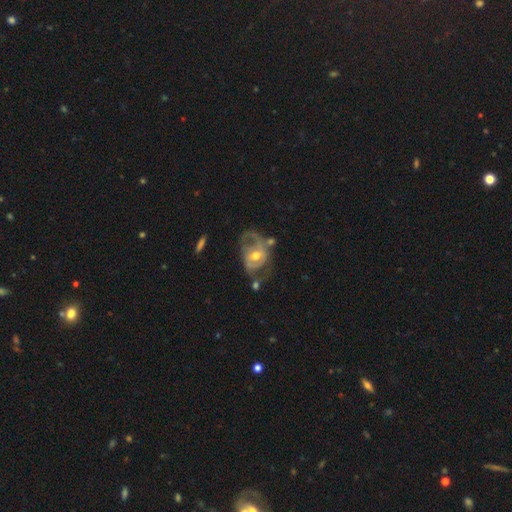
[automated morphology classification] smooth_or_featured: featured or disk (p=0.77) [alt: smooth p=0.17]
disk_edge_on: no (p=0.96) [alt: yes p=0.04]
bar: no (p=0.46) [alt: weak p=0.39]
has_spiral_arms: yes (p=0.75) [alt: no p=0.25]
spiral_winding: medium (p=0.43) [alt: tight p=0.30]
spiral_arm_count: 2 (p=0.58) [alt: can't tell p=0.19]
bulge_size: moderate (p=0.68) [alt: small p=0.23]
merging: none (p=0.38) [alt: major disturbance p=0.30]